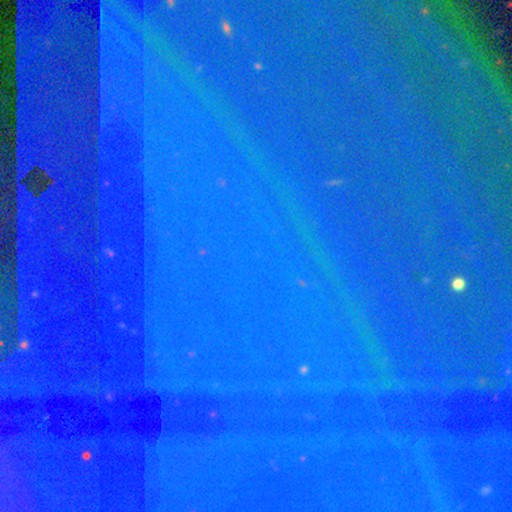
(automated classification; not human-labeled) The model was most divided on "smooth or featured": star or artifact: 86%, smooth: 7%, featured or disk: 7%.